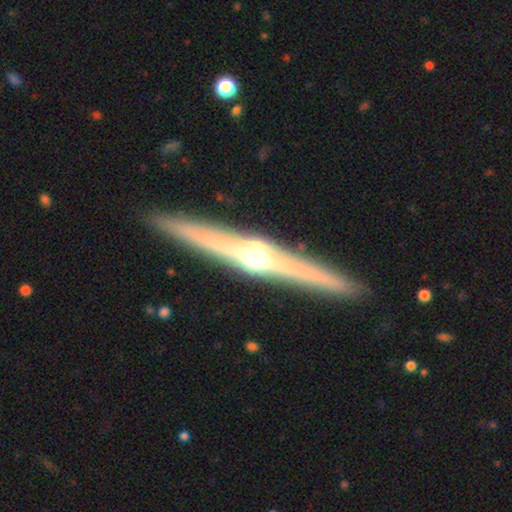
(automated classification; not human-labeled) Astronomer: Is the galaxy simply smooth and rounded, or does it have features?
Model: featured or disk — 80%.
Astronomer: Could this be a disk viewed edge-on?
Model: yes — 98%.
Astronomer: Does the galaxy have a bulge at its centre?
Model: rounded — 93%.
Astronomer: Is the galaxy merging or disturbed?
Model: none — 89%.